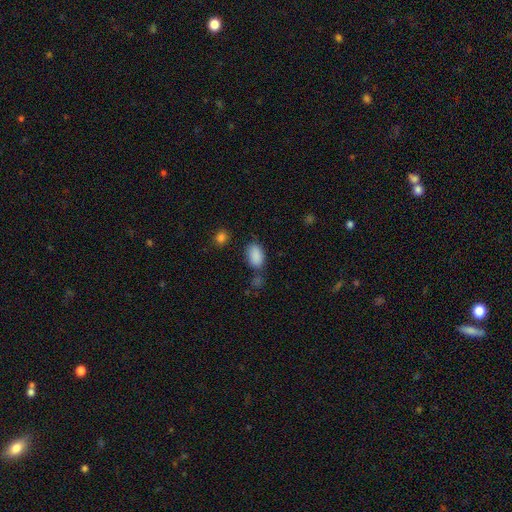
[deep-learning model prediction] smooth-or-featured: smooth: 88% | star or artifact: 8% | featured or disk: 4%
  how-rounded: in between: 92% | round: 7% | cigar-shaped: 2%
  merging: none: 69% | minor disturbance: 17% | merger: 8% | major disturbance: 5%